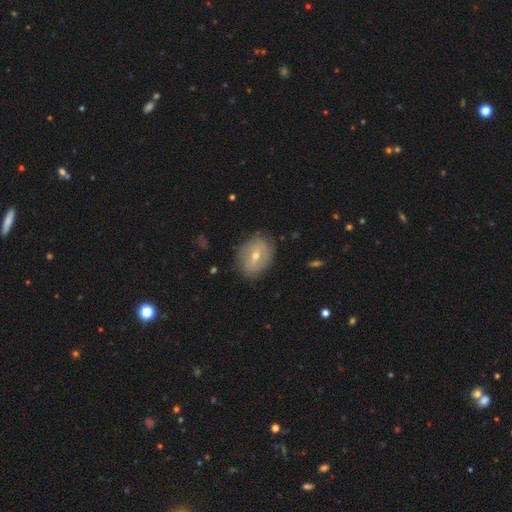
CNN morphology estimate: Smooth or featured?
  - smooth: 45% * (tied)
  - featured or disk: 45% * (tied)
  - star or artifact: 10%
Merging?
  - none: 75% *
  - minor disturbance: 19%
  - major disturbance: 5%
  - merger: 1%